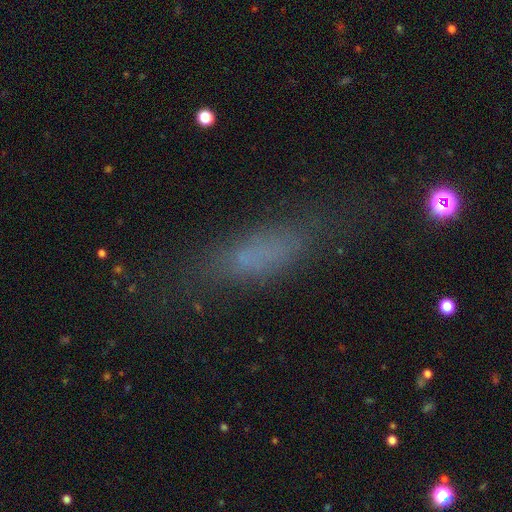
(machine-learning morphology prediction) Smooth or featured: smooth — 64% (featured or disk — 19%)
How rounded: cigar-shaped — 51% (in between — 46%)
Merging: none — 65% (minor disturbance — 20%)